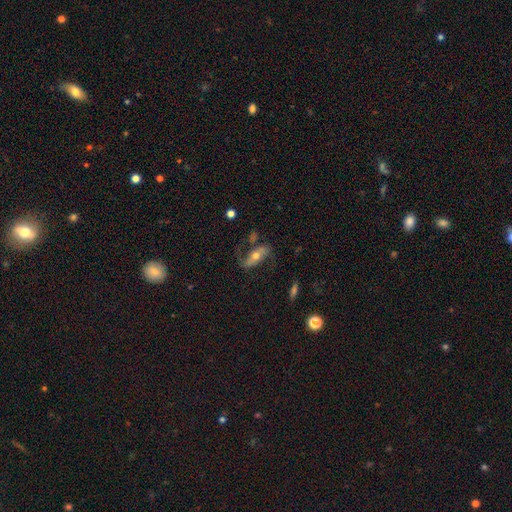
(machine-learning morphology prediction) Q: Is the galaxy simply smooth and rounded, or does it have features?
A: featured or disk — 53%.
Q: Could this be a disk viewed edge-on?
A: no — 73%.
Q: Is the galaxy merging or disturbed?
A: none — 59%.